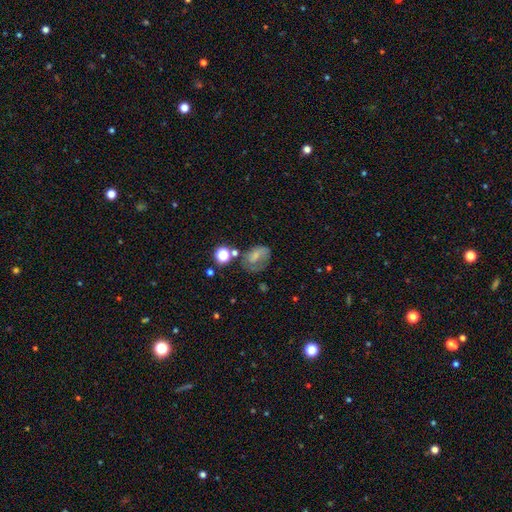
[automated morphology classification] Smooth or featured?
  - smooth: 58% *
  - featured or disk: 27%
  - star or artifact: 15%
How rounded?
  - in between: 69% *
  - round: 29%
  - cigar-shaped: 2%
Merging?
  - none: 39% *
  - minor disturbance: 28%
  - major disturbance: 24%
  - merger: 9%